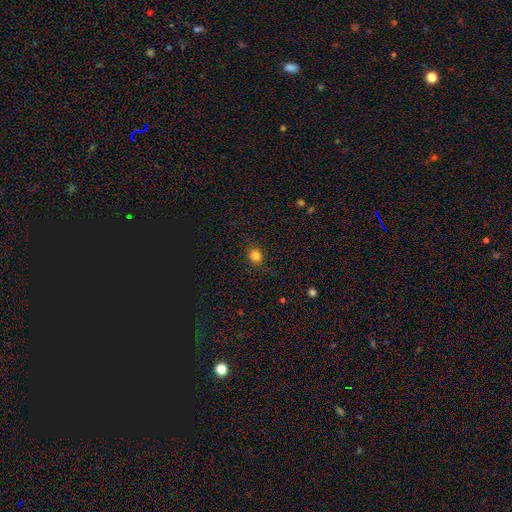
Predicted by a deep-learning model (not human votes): Smooth or featured? Predicted: smooth (p=0.82). How rounded? Predicted: round (p=0.75). Merging? Predicted: none (p=0.86).